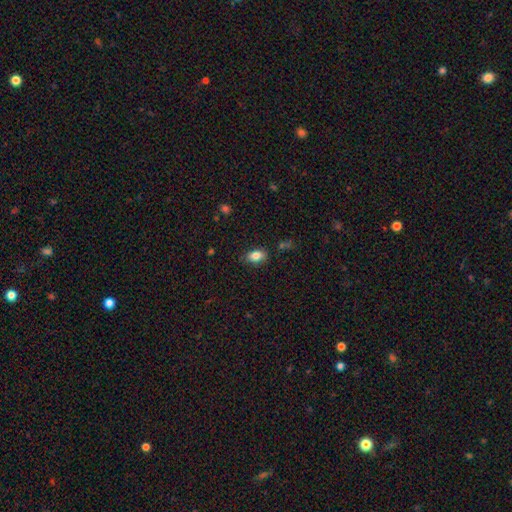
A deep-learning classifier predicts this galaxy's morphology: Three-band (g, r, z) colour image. It shows a smooth galaxy with no disk features (83%) that is in between round and cigar-shaped (84%). Merging: none (82%).